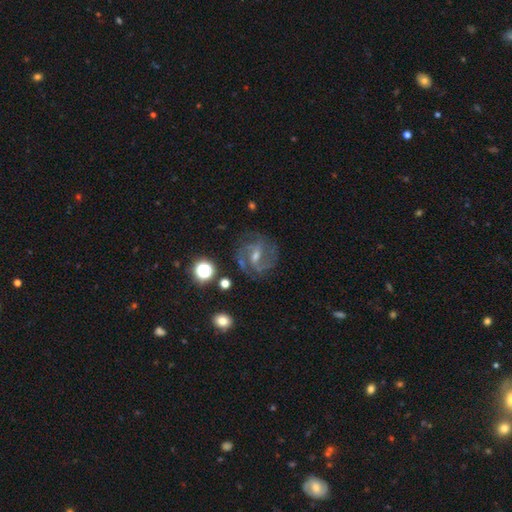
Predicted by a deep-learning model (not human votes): Smooth or featured: featured or disk — 80% (star or artifact — 10%)
Edge-on disk: no — 97% (yes — 3%)
Bar: weak — 51% (strong — 30%)
Spiral arms: yes — 95% (no — 5%)
Spiral winding: medium — 49% (tight — 37%)
Spiral arm count: 2 — 43% (3 — 24%)
Bulge size: small — 49% (moderate — 43%)
Merging: none — 76% (minor disturbance — 14%)